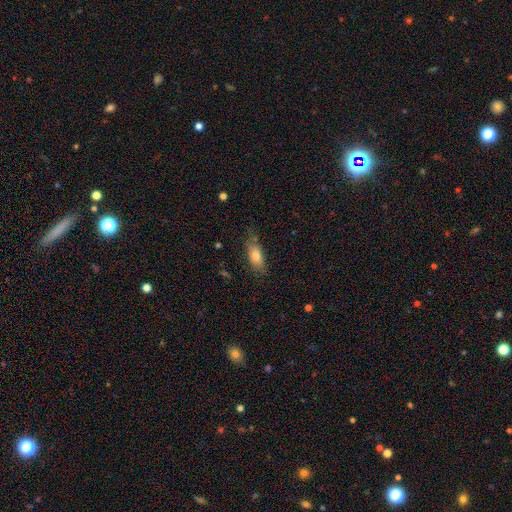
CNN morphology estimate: smooth-or-featured: smooth: 77% | featured or disk: 16% | star or artifact: 8%
  how-rounded: in between: 78% | cigar-shaped: 18% | round: 3%
  merging: none: 67% | minor disturbance: 24% | major disturbance: 6% | merger: 3%